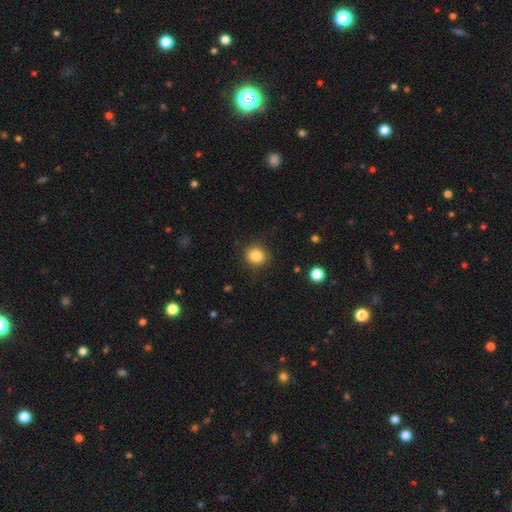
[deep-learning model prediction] Smooth or featured? Predicted: smooth (p=0.86). How rounded? Predicted: round (p=0.84). Merging? Predicted: none (p=0.87).